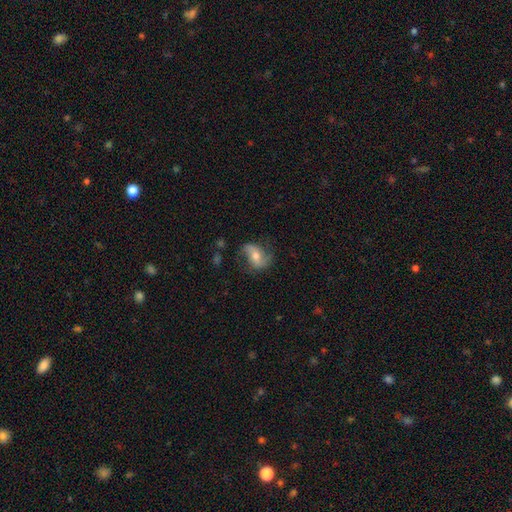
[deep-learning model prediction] A featured or disk galaxy (64%) with no bar (41%), 2 (86%) loose (57%) spiral arms (88%) and a moderate central bulge (63%). Merging: none (68%).